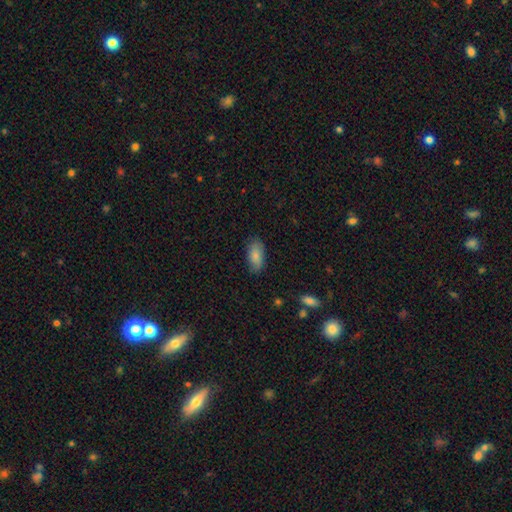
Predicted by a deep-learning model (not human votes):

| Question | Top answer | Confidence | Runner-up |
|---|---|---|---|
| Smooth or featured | smooth | 82% | featured or disk (11%) |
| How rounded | in between | 90% | cigar-shaped (7%) |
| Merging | none | 81% | minor disturbance (15%) |